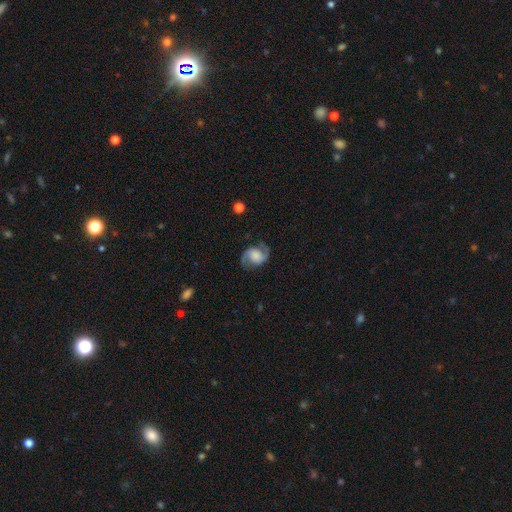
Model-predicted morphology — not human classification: Smooth or featured: featured or disk — 80% (smooth — 13%)
Edge-on disk: no — 98% (yes — 2%)
Bar: no — 59% (weak — 32%)
Spiral arms: yes — 96% (no — 4%)
Spiral winding: medium — 52% (loose — 32%)
Spiral arm count: 2 — 93% (can't tell — 2%)
Bulge size: large — 31% (none — 29%)
Merging: none — 79% (minor disturbance — 13%)